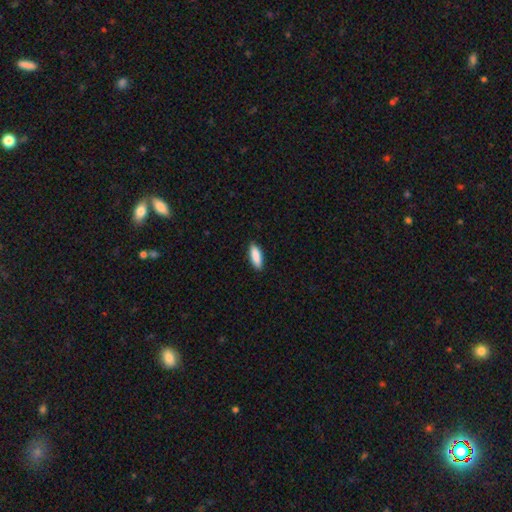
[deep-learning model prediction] Q: Smooth or featured?
A: smooth (88%); runner-up: featured or disk (6%)
Q: How rounded?
A: in between (60%); runner-up: cigar-shaped (38%)
Q: Merging?
A: none (88%); runner-up: minor disturbance (10%)